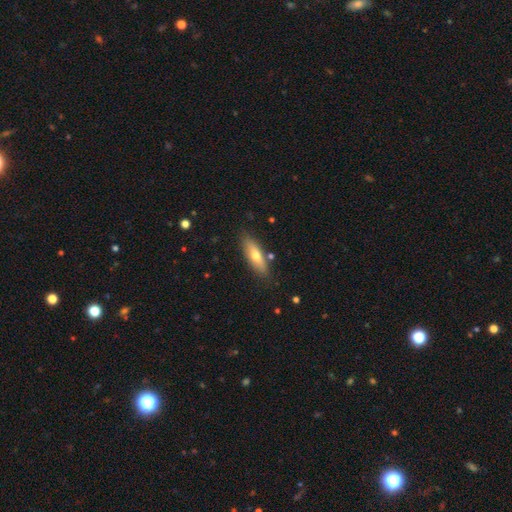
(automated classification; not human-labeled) This is likely a smooth galaxy (61%). How rounded: possibly in between (54%). Merging: clearly none (82%).